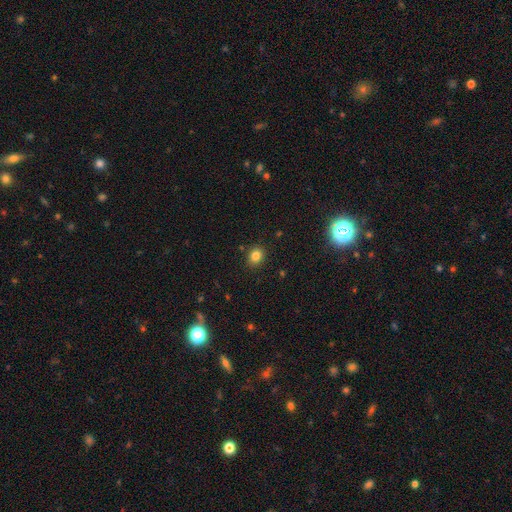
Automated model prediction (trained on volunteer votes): Smooth or featured? Predicted: smooth (p=0.82). How rounded? Predicted: round (p=0.61). Merging? Predicted: none (p=0.88).